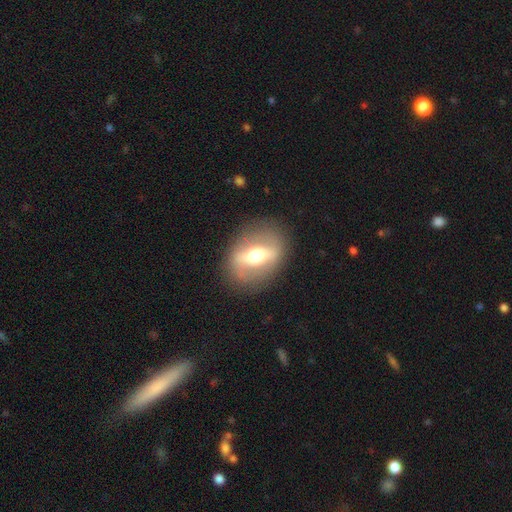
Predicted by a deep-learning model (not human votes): The model was most divided on "smooth or featured": featured or disk: 63%, smooth: 30%, star or artifact: 7%. More confident: merging — none (83%); edge-on disk — no (71%).